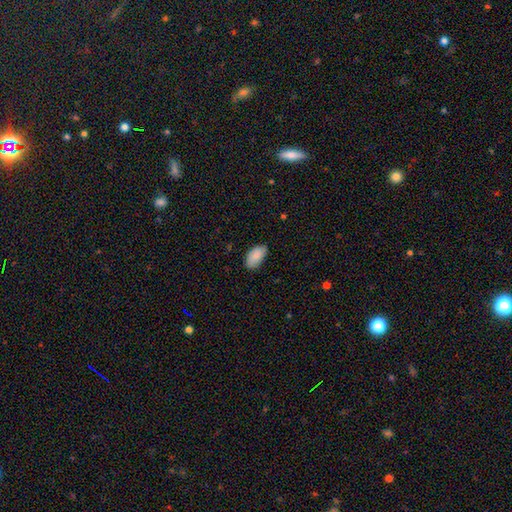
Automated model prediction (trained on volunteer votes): Smooth or featured? Predicted: smooth (p=0.89). How rounded? Predicted: in between (p=0.95). Merging? Predicted: none (p=0.79).